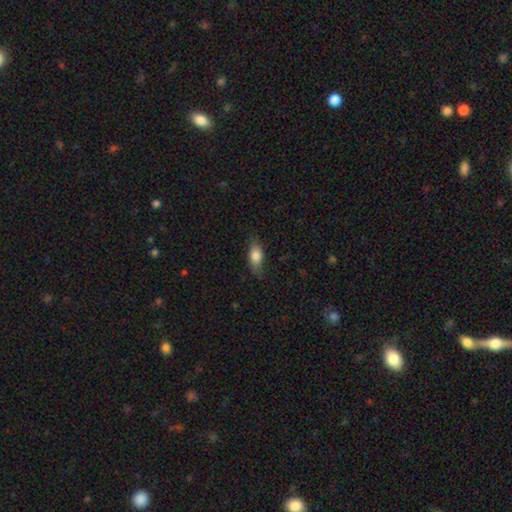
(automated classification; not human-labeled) A smooth galaxy with no disk features (79%) that is in between round and cigar-shaped (81%).

Vote fractions:
- Smooth or featured? smooth: 79% / featured or disk: 14% / star or artifact: 7%
- How rounded? in between: 81% / cigar-shaped: 13% / round: 6%
- Merging? none: 72% / minor disturbance: 22% / major disturbance: 6% / merger: 1%